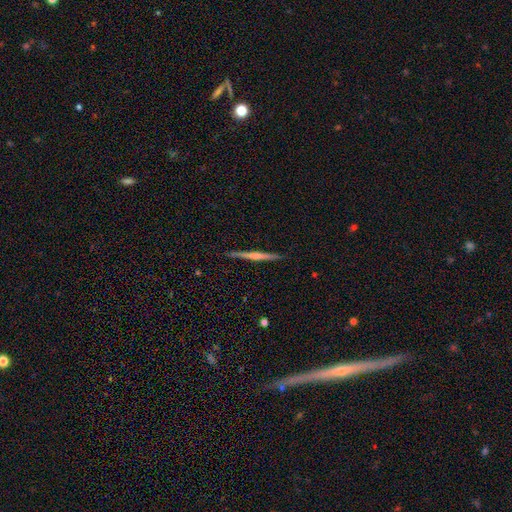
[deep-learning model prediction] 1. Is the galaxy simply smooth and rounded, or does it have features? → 75% featured or disk, 19% smooth, 6% star or artifact.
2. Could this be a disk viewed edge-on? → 98% yes, 2% no.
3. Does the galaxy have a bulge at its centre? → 71% rounded, 21% none, 7% boxy.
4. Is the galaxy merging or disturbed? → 92% none, 6% minor disturbance, 1% major disturbance, 1% merger.